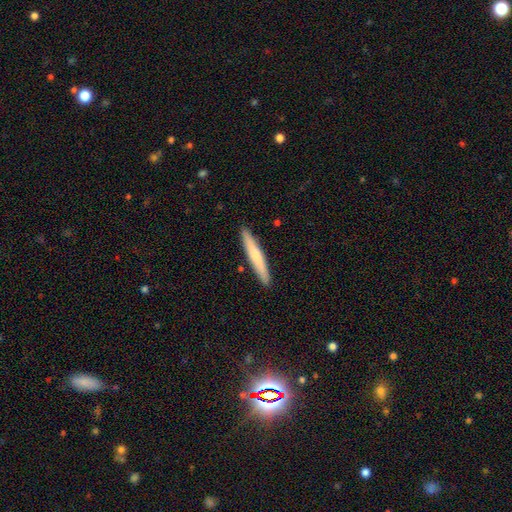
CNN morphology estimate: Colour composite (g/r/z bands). It shows a smooth galaxy with no disk features (67%) that is cigar-shaped (94%). Merging: none (91%).